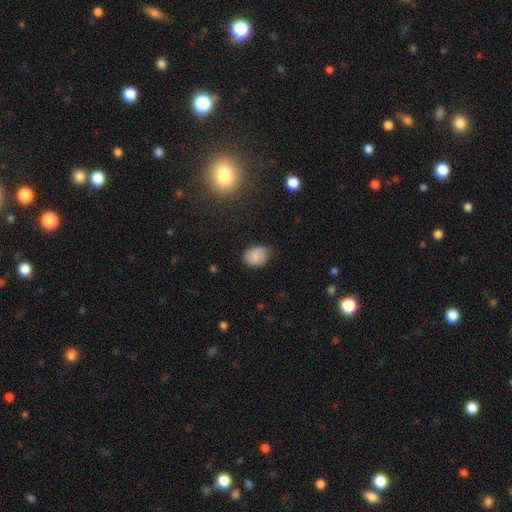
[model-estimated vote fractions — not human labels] Smooth or featured? smooth (77%)
How rounded? in between (50%)
Merging? none (61%)